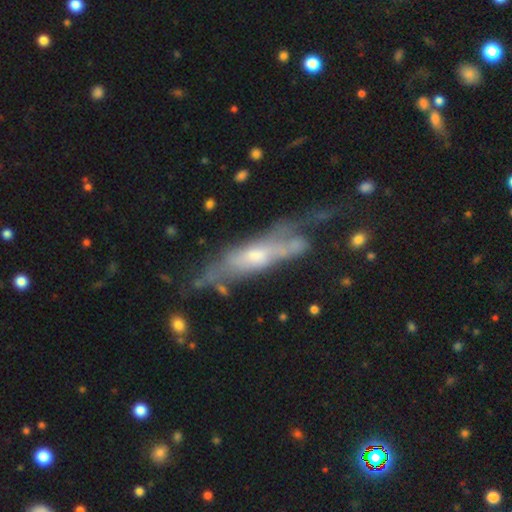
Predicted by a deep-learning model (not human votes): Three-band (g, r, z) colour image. It shows a featured or disk galaxy (67%). Merging: none (36%).